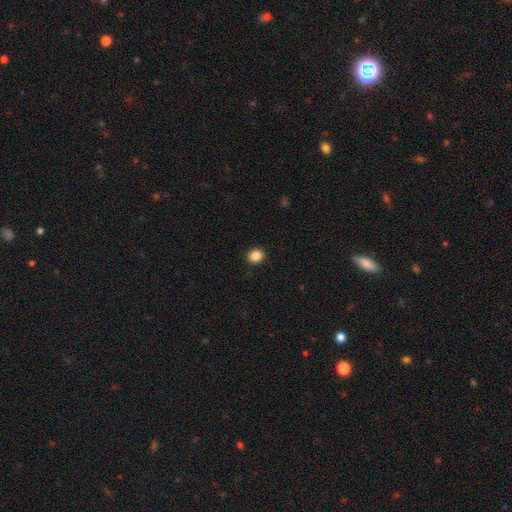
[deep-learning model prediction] A smooth galaxy with no disk features (87%) that is round (76%).

Vote fractions:
- Smooth or featured? smooth: 87% / star or artifact: 10% / featured or disk: 3%
- How rounded? round: 76% / in between: 24% / cigar-shaped: 1%
- Merging? none: 91% / minor disturbance: 6% / major disturbance: 2% / merger: 1%